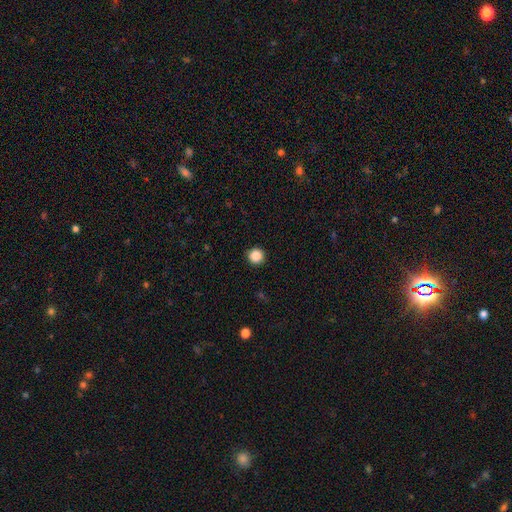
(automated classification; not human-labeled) smooth_or_featured: smooth (p=0.87) [alt: star or artifact p=0.10]
how_rounded: round (p=0.95) [alt: in between p=0.04]
merging: none (p=0.92) [alt: minor disturbance p=0.05]